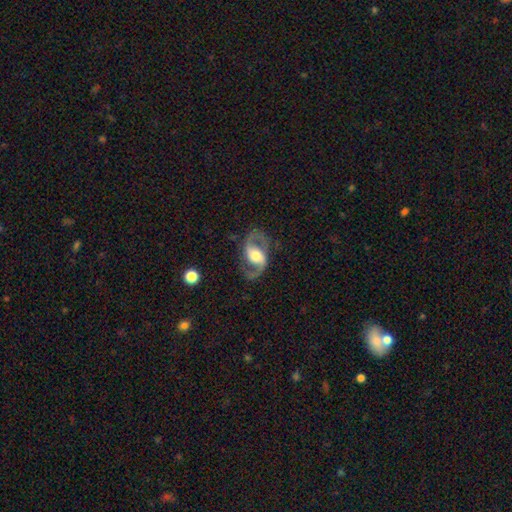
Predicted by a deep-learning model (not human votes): Morphology: type=featured or disk (86%); edge-on=no (96%); bar=weak (38%); spiral arms=yes (93%); winding=medium (51%); arm count=2 (92%); bulge=moderate (57%); merging=none (76%).